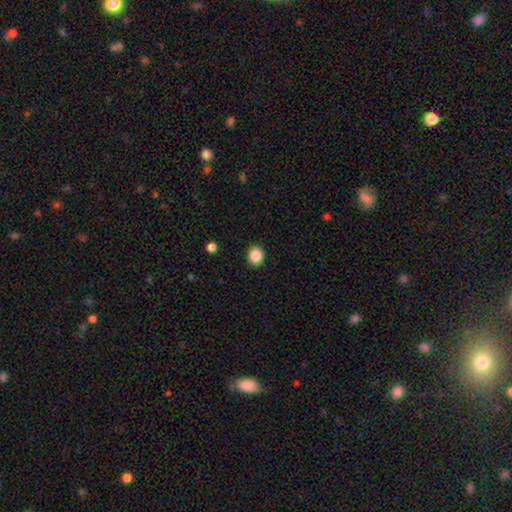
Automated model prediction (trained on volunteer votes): The model was most divided on "how rounded": round: 60%, in between: 39%, cigar-shaped: 1%. More confident: merging — none (91%); smooth or featured — smooth (87%).